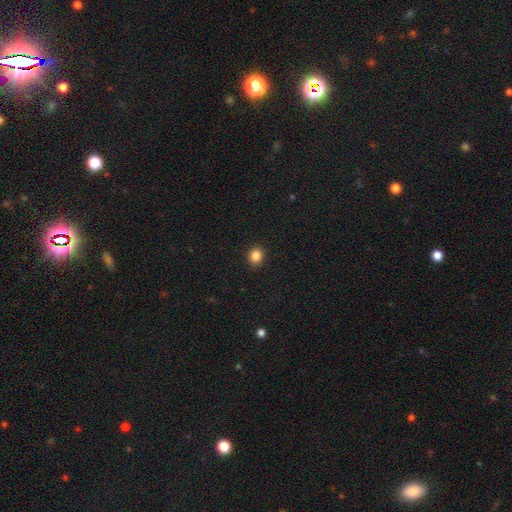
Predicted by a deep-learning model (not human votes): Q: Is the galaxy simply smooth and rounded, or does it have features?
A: smooth — 85%.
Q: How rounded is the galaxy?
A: round — 70%.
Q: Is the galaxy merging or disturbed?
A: none — 92%.